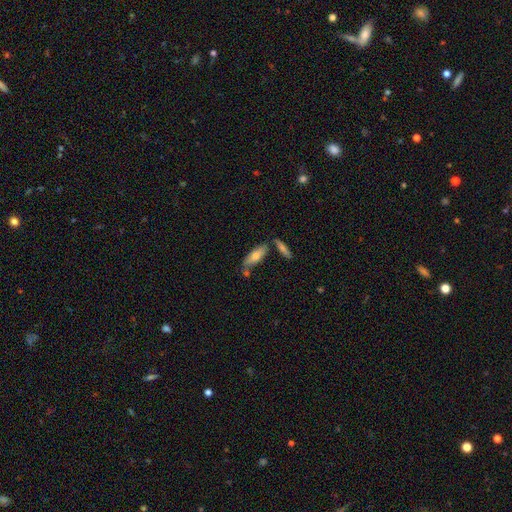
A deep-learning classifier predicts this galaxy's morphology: Q: Smooth or featured?
A: smooth (66%); runner-up: featured or disk (28%)
Q: How rounded?
A: in between (58%); runner-up: cigar-shaped (40%)
Q: Merging?
A: none (65%); runner-up: minor disturbance (16%)